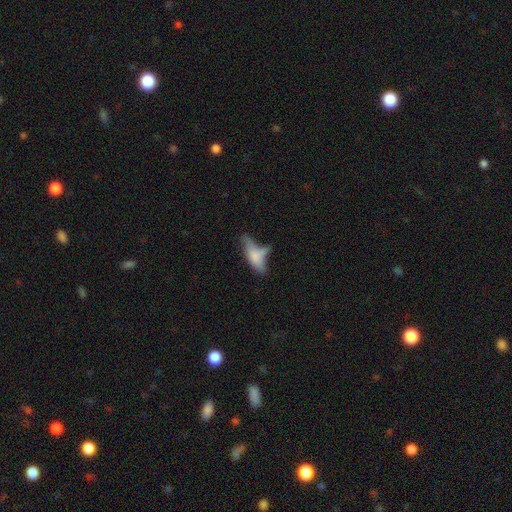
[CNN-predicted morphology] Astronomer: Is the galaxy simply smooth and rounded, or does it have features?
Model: smooth — 63%.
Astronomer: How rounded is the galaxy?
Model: in between — 57% (runner-up: cigar-shaped, 39%).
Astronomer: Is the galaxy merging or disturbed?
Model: none — 36% (runner-up: minor disturbance, 24%).